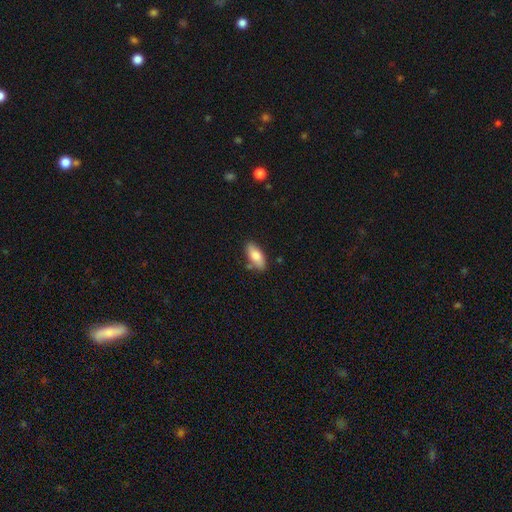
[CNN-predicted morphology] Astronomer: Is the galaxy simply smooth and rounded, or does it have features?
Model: smooth — 80%.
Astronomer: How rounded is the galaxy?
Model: in between — 82%.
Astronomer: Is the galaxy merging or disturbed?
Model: none — 79%.